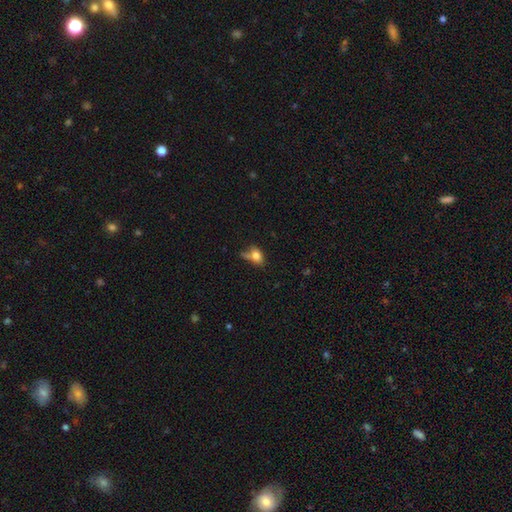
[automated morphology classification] smooth 76%, featured or disk 13%, star or artifact 10%. Down the decision tree: how rounded — in between (76%); merging — none (43%).